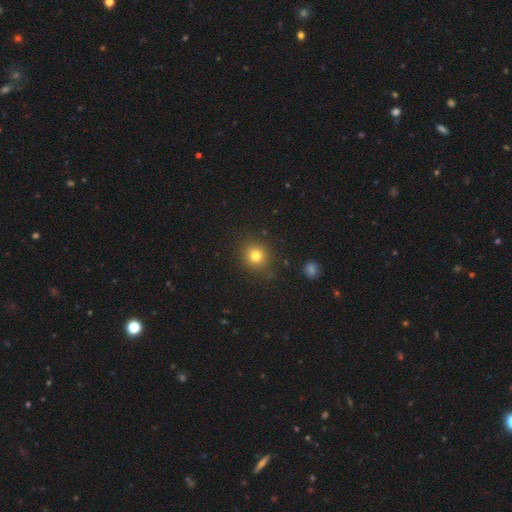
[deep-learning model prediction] Smooth or featured? Predicted: smooth (p=0.79). How rounded? Predicted: round (p=0.87). Merging? Predicted: none (p=0.86).